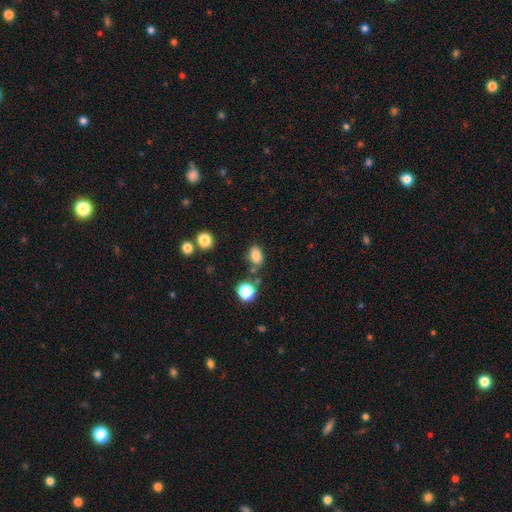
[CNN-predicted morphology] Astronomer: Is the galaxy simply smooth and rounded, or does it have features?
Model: smooth — 82%.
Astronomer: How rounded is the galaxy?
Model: in between — 79%.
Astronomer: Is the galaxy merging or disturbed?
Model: none — 68%.